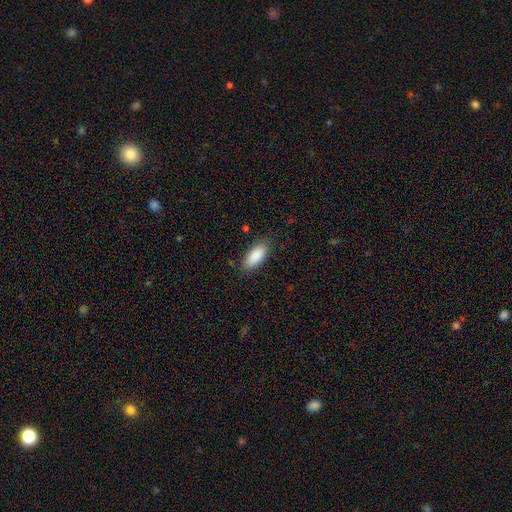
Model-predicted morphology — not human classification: The model was most divided on "merging": none: 83%, minor disturbance: 12%, major disturbance: 3%, merger: 1%. More confident: smooth or featured — smooth (89%); how rounded — in between (86%).